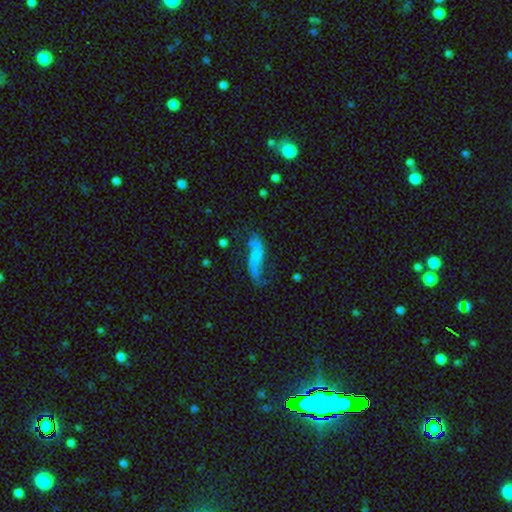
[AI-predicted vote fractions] This appears to be a featured or disk galaxy (61%) with no bar (46%), spiral arms (86%) and no central bulge (62%). Merging: none (52%).